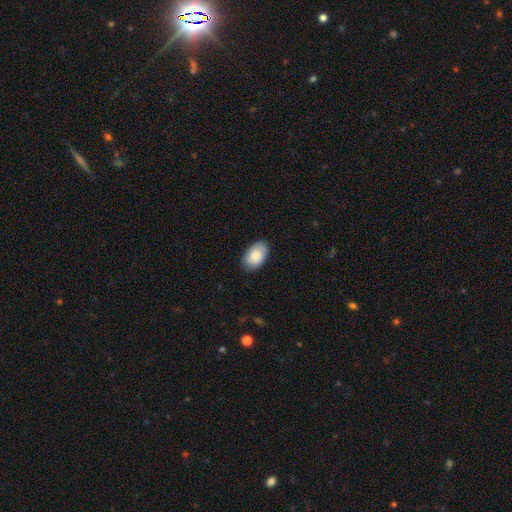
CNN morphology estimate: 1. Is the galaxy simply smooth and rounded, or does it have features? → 84% smooth, 10% featured or disk, 6% star or artifact.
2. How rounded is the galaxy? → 92% in between, 7% round, 1% cigar-shaped.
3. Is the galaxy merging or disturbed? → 83% none, 14% minor disturbance, 2% major disturbance, 1% merger.